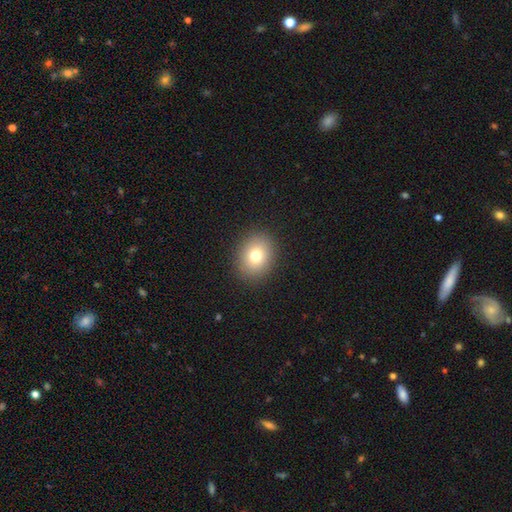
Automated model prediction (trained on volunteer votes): A smooth galaxy with no disk features (78%) that is round (53%). Merging: none (89%).